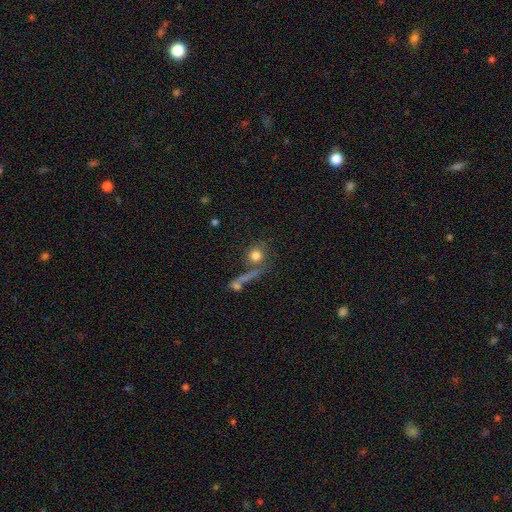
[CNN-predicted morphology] Overall: smooth (76%). How rounded: round (88%). Merging: none (61%).